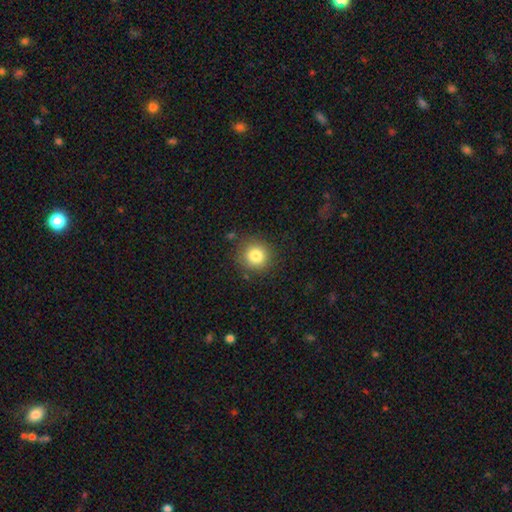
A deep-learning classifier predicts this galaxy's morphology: This appears to be a smooth galaxy with no disk features (82%) that is round (92%). Merging: none (86%).